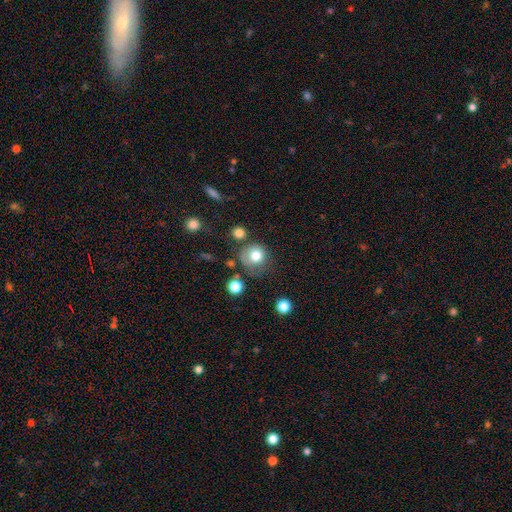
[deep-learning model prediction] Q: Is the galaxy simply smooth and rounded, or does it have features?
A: smooth — 77%.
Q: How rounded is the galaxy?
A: round — 88%.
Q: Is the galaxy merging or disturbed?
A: none — 62%.